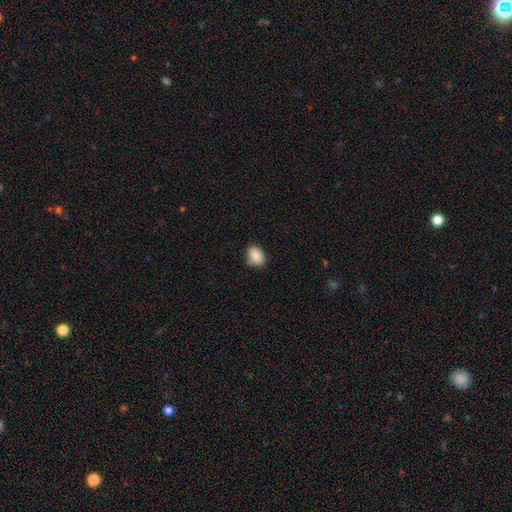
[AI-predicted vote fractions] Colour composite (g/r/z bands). It shows a smooth galaxy with no disk features (86%) that is in between round and cigar-shaped (60%). Merging: none (78%).